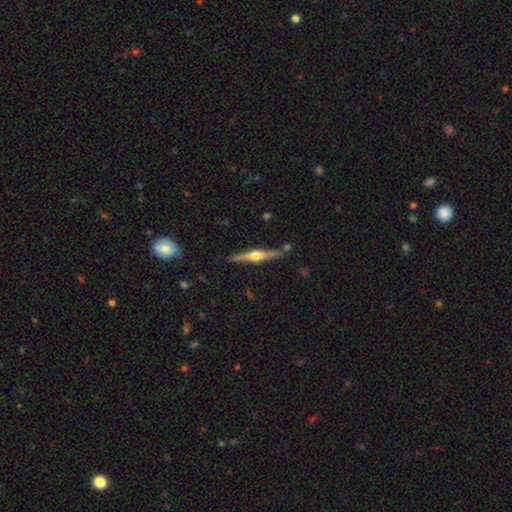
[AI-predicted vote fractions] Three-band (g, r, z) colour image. It shows a featured or disk galaxy (77%) viewed edge-on (98%) with a rounded central bulge (92%). Merging: none (85%).